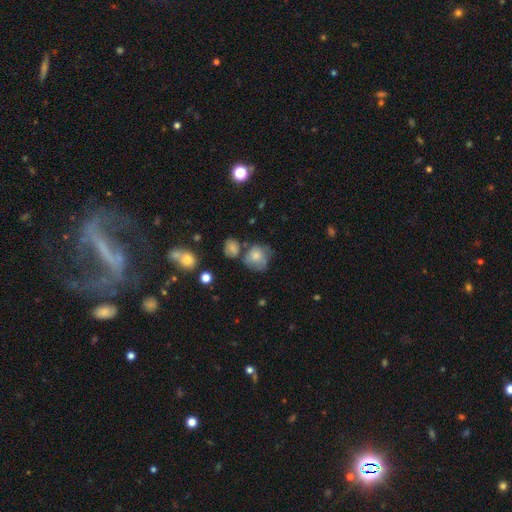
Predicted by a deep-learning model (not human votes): The model was most divided on "smooth or featured": smooth: 54%, featured or disk: 31%, star or artifact: 15%. More confident: how rounded — round (75%); merging — none (51%).